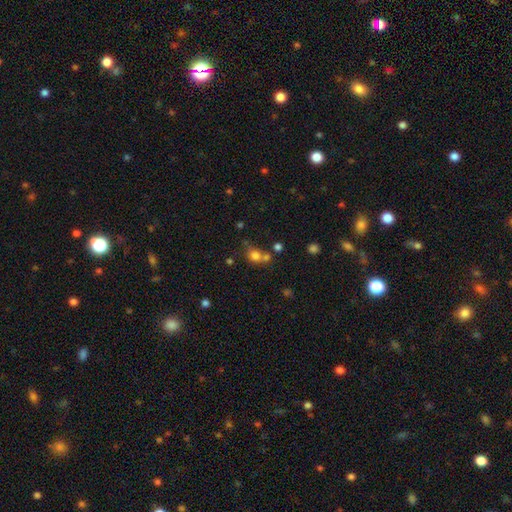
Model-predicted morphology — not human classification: smooth_or_featured: smooth (p=0.75) [alt: star or artifact p=0.15]
how_rounded: round (p=0.76) [alt: in between p=0.23]
merging: none (p=0.44) [alt: merger p=0.38]